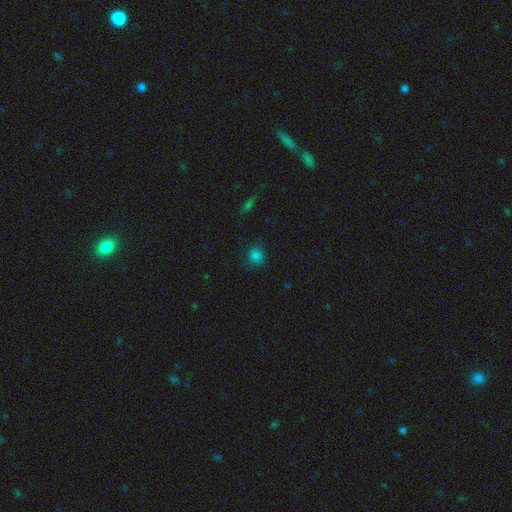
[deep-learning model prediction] The model was most divided on "merging": none: 76%, minor disturbance: 17%, major disturbance: 5%, merger: 2%. More confident: how rounded — round (80%); smooth or featured — smooth (78%).